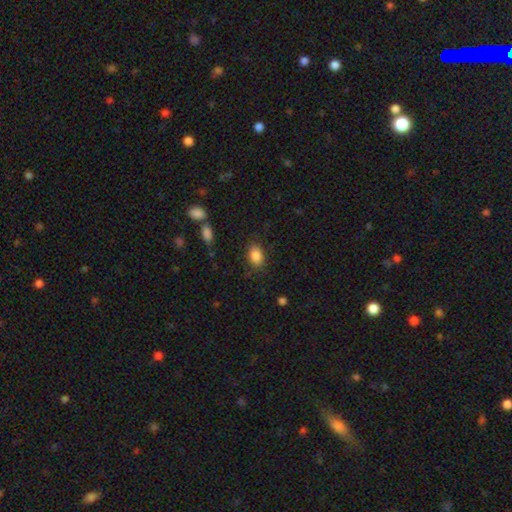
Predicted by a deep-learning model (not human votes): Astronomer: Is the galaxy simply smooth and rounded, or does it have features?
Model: smooth — 86%.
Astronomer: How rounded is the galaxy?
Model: in between — 83%.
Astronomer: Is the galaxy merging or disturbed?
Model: none — 82%.